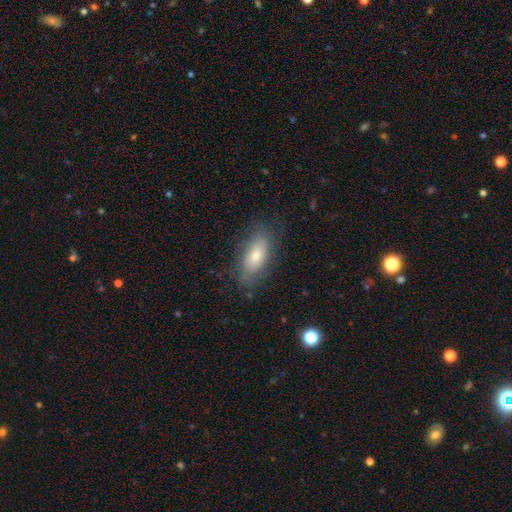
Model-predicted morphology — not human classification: The model was most divided on "smooth or featured": smooth: 62%, featured or disk: 30%, star or artifact: 8%. More confident: how rounded — in between (82%); merging — none (75%).